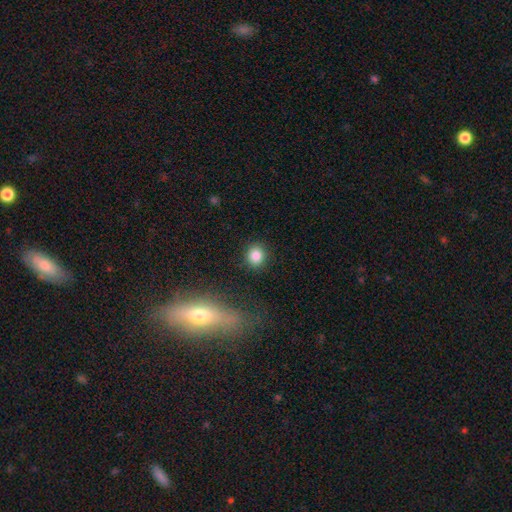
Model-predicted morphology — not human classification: Smooth or featured? Predicted: smooth (p=0.84). How rounded? Predicted: round (p=0.77). Merging? Predicted: none (p=0.88).